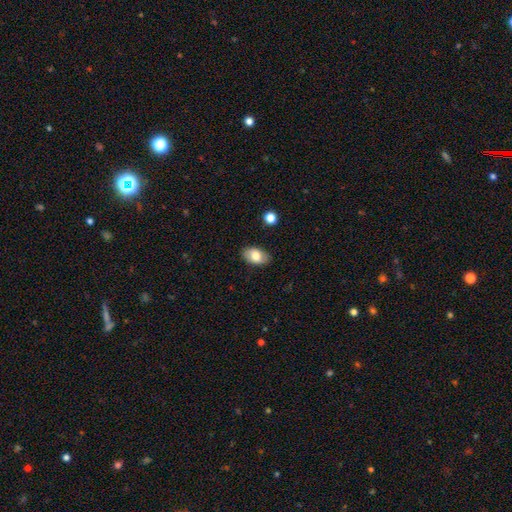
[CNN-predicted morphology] Overall: smooth (77%). How rounded: in between (91%). Merging: none (85%).